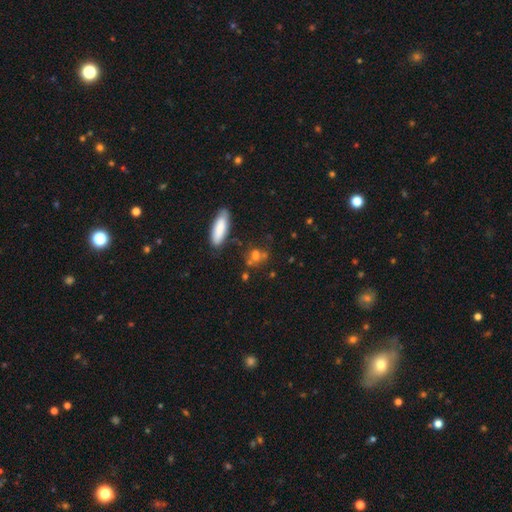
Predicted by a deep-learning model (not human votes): This is likely a smooth galaxy (66%). How rounded: possibly in between (46%). Merging: possibly none (55%).